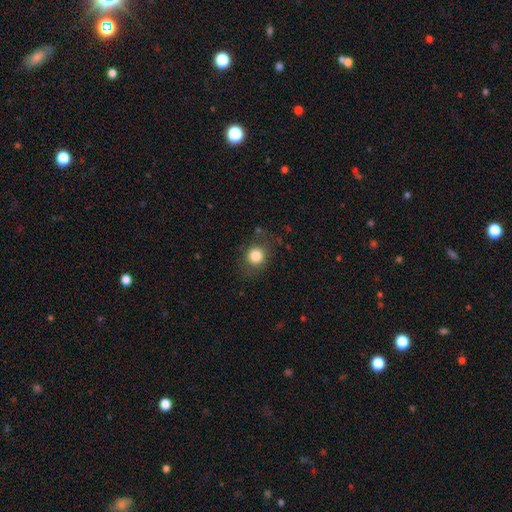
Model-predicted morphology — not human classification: smooth-or-featured: smooth: 82% | star or artifact: 10% | featured or disk: 8%
  how-rounded: round: 76% | in between: 23% | cigar-shaped: 1%
  merging: none: 77% | minor disturbance: 15% | major disturbance: 7% | merger: 2%